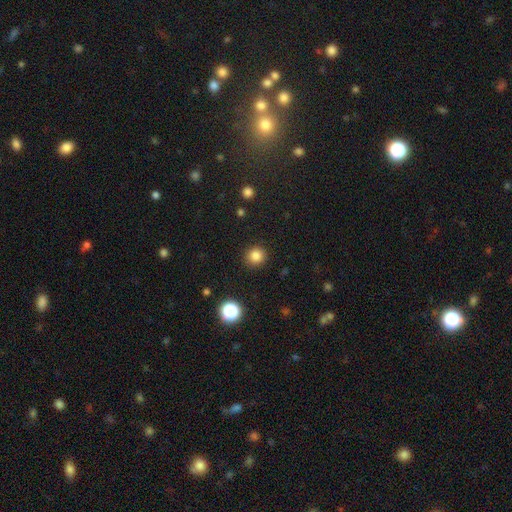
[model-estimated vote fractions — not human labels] A smooth galaxy with no disk features (84%) that is round (92%). Merging: none (90%).